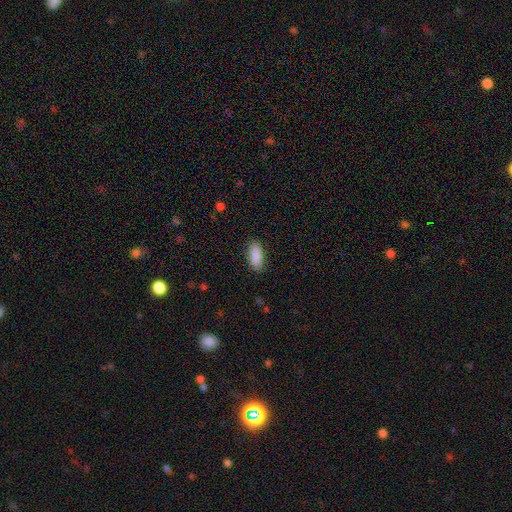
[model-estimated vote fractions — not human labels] Smooth or featured? Predicted: smooth (p=0.89). How rounded? Predicted: in between (p=0.81). Merging? Predicted: none (p=0.88).